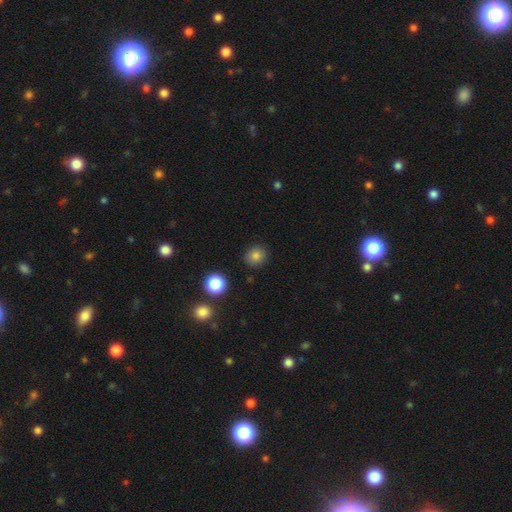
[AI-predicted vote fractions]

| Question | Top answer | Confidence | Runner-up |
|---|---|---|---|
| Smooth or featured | smooth | 80% | star or artifact (13%) |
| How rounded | round | 81% | in between (18%) |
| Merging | none | 89% | minor disturbance (7%) |